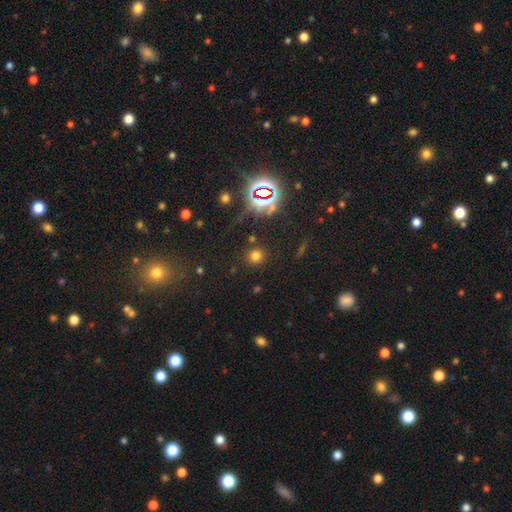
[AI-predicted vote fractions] smooth_or_featured: smooth (p=0.68) [alt: star or artifact p=0.26]
how_rounded: round (p=0.91) [alt: in between p=0.08]
merging: none (p=0.86) [alt: minor disturbance p=0.07]